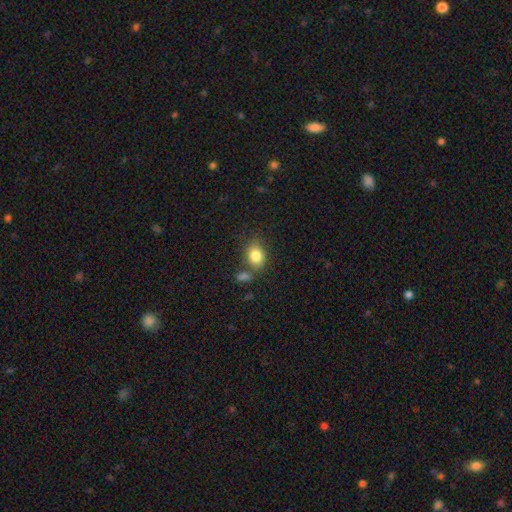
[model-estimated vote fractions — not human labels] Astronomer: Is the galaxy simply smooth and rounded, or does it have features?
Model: smooth — 83%.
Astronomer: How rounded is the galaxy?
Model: in between — 58% (runner-up: round, 41%).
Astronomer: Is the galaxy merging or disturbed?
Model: none — 64%.